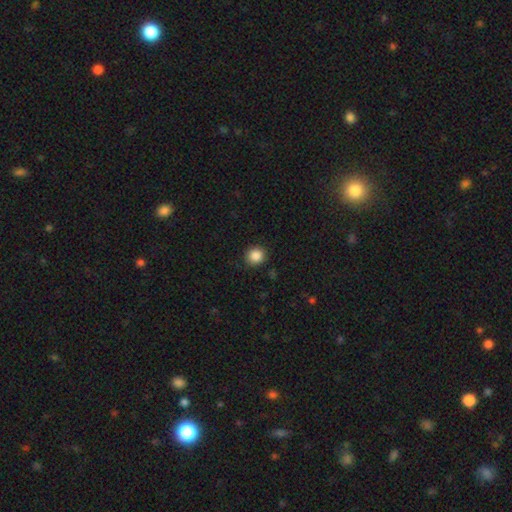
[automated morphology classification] This is clearly a smooth galaxy (87%). How rounded: clearly round (90%). Merging: clearly none (90%).